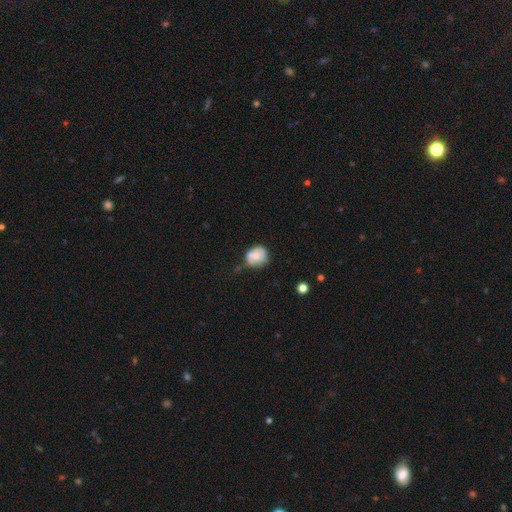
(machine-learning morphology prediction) Smooth or featured? smooth (62%)
How rounded? round (71%)
Merging? none (44%)